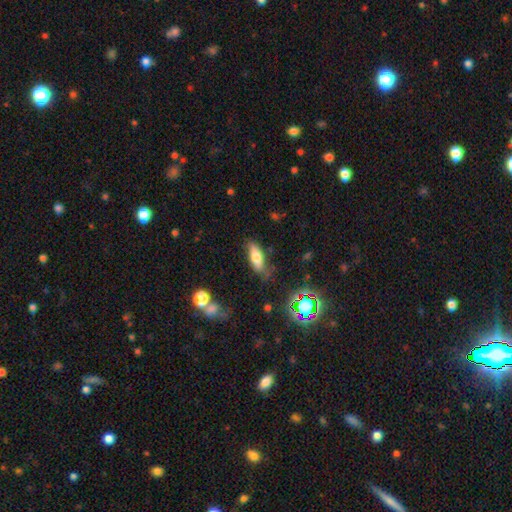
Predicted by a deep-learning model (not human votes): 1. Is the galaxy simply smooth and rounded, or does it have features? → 67% smooth, 22% featured or disk, 10% star or artifact.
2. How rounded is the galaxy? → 63% in between, 34% cigar-shaped, 3% round.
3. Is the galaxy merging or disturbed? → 71% none, 20% minor disturbance, 6% major disturbance, 3% merger.